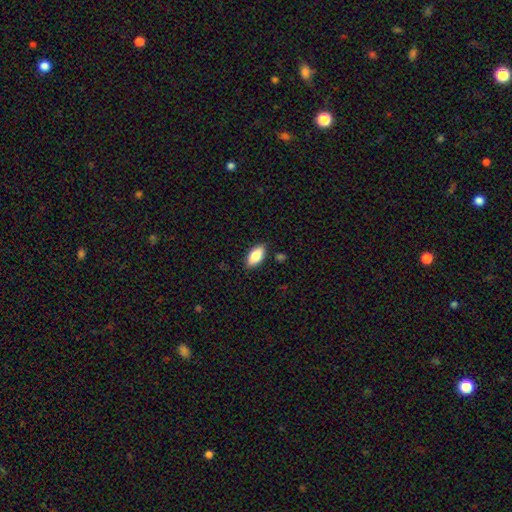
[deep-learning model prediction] Overall: smooth (85%). How rounded: in between (91%). Merging: none (86%).